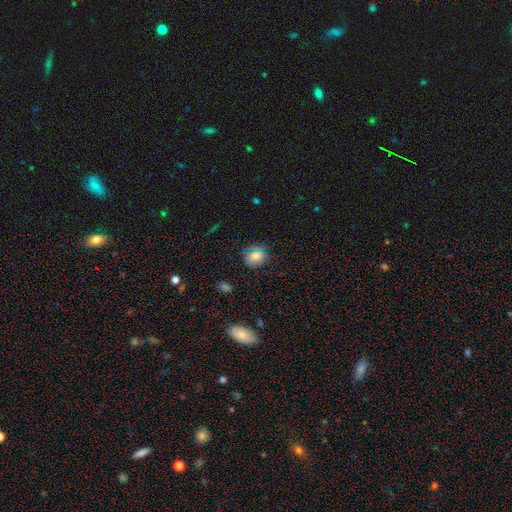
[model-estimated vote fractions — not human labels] Smooth or featured? Predicted: smooth (p=0.72). How rounded? Predicted: round (p=0.73). Merging? Predicted: none (p=0.80).